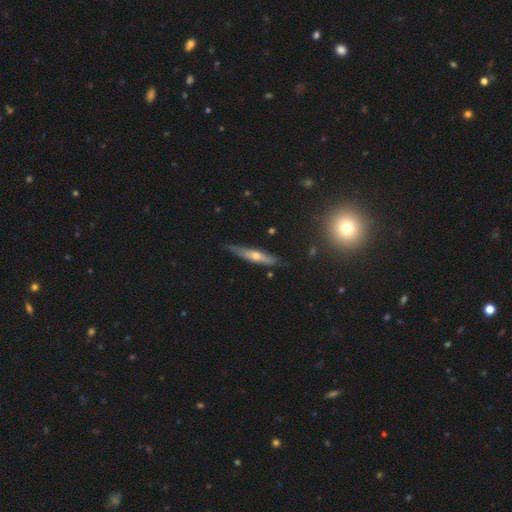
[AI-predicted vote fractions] Q: Smooth or featured?
A: featured or disk (55%); runner-up: smooth (38%)
Q: Edge-on disk?
A: yes (86%); runner-up: no (14%)
Q: Merging?
A: none (76%); runner-up: minor disturbance (20%)